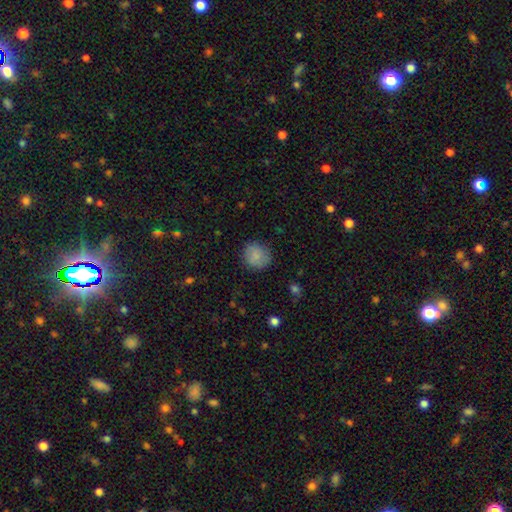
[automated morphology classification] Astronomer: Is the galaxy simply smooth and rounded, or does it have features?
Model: smooth — 84%.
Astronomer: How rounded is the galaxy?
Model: round — 86%.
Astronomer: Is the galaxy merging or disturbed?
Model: none — 82%.